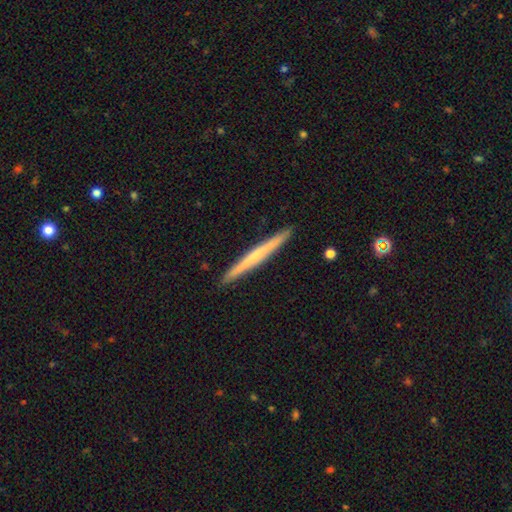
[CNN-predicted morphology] A featured or disk galaxy (51%) viewed edge-on (98%) with no central bulge (67%). Merging: none (93%).